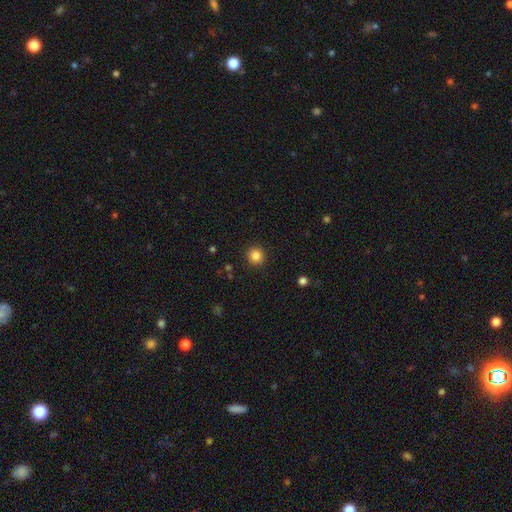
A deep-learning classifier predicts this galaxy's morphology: smooth 84%, star or artifact 12%, featured or disk 4%. Down the decision tree: how rounded — round (93%); merging — none (91%).